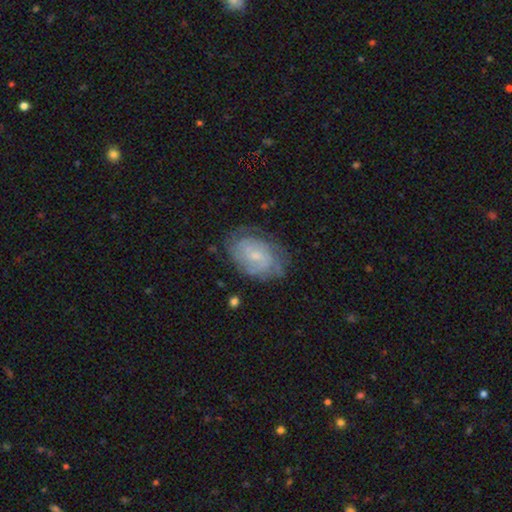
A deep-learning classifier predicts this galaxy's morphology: Smooth or featured? featured or disk (66%)
Edge-on disk? no (96%)
Bar? no (59%)
Spiral arms? yes (86%)
Spiral winding? tight (59%)
Spiral arm count? can't tell (50%)
Bulge size? small (70%)
Merging? none (68%)